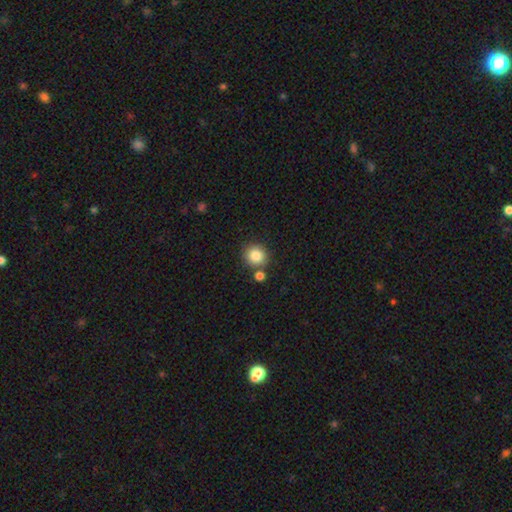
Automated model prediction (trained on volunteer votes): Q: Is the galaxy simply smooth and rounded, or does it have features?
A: smooth — 84%.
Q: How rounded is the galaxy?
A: round — 88%.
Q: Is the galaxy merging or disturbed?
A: none — 75%.